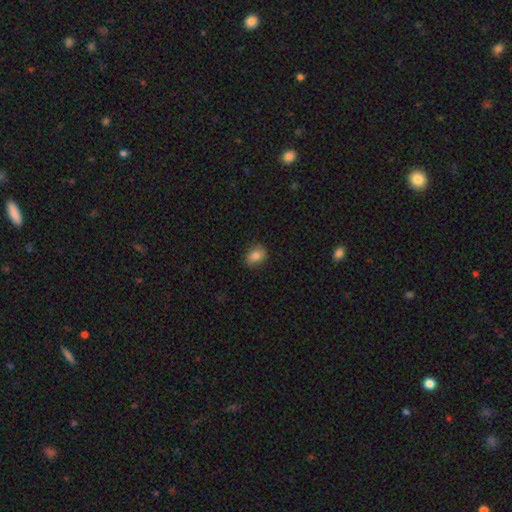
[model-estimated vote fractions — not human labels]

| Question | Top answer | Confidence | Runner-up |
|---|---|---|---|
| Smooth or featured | smooth | 83% | star or artifact (9%) |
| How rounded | in between | 72% | round (26%) |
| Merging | none | 81% | minor disturbance (15%) |